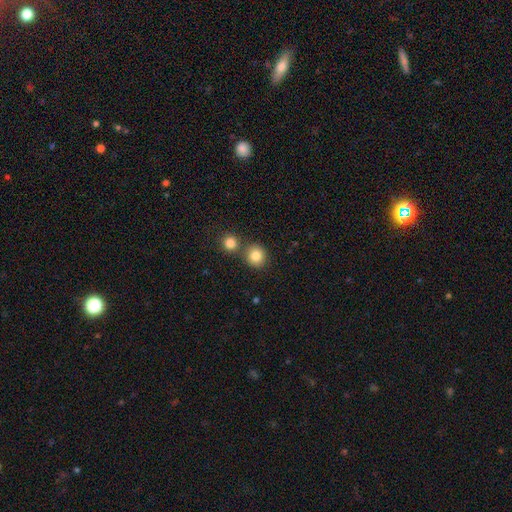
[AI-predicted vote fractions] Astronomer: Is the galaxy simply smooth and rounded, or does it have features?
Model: smooth — 82%.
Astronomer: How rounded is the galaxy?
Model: round — 87%.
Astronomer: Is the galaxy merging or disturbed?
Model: none — 68%.